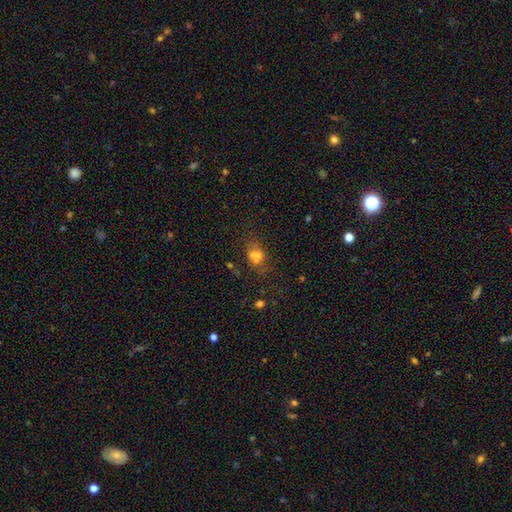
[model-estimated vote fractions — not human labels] A smooth galaxy with no disk features (52%) that is in between round and cigar-shaped (51%).

Vote fractions:
- Smooth or featured? smooth: 52% / star or artifact: 28% / featured or disk: 20%
- How rounded? in between: 51% / round: 45% / cigar-shaped: 3%
- Merging? none: 50% / merger: 29% / minor disturbance: 13% / major disturbance: 8%